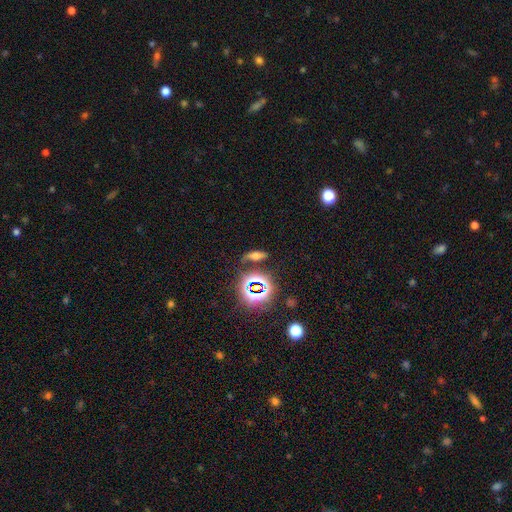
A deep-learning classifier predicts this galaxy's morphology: This is possibly a smooth galaxy (48%). Merging: likely none (72%).